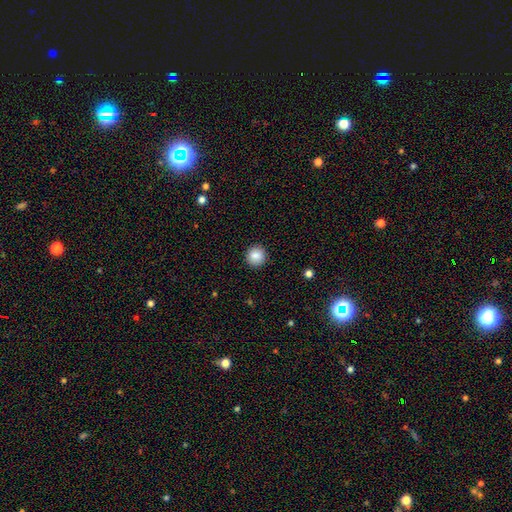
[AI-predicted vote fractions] Smooth or featured? smooth (86%)
How rounded? round (93%)
Merging? none (92%)